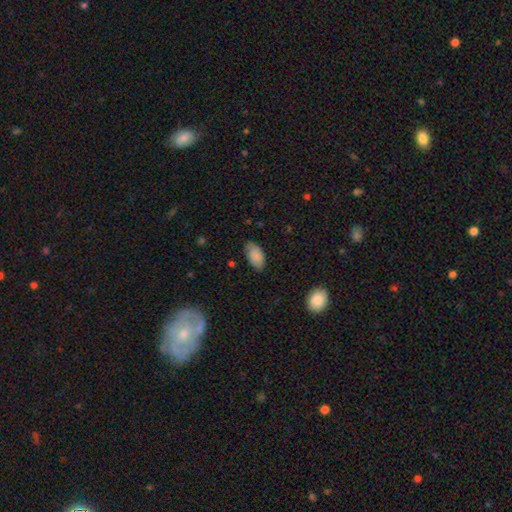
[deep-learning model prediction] smooth 84%, featured or disk 9%, star or artifact 7%. Down the decision tree: how rounded — in between (95%); merging — none (76%).